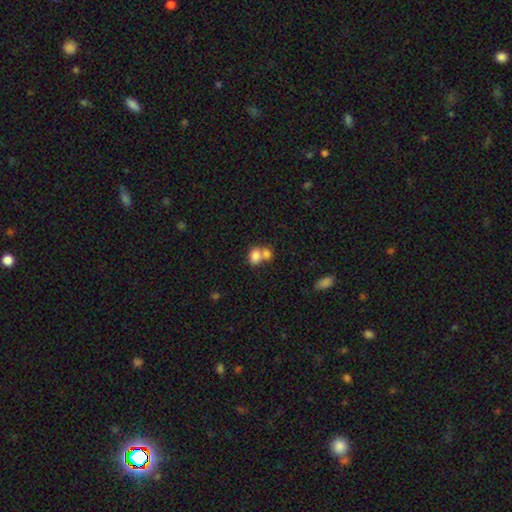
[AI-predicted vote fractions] Smooth or featured? Predicted: smooth (p=0.79). How rounded? Predicted: in between (p=0.59). Merging? Predicted: merger (p=0.61).